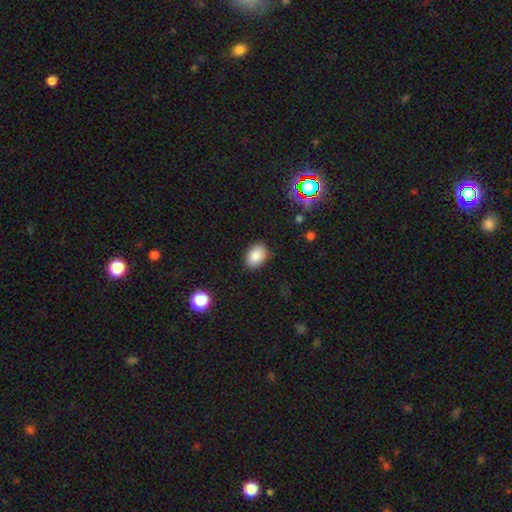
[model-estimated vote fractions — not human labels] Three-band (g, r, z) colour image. It shows a smooth galaxy with no disk features (87%) that is in between round and cigar-shaped (81%). Merging: none (86%).